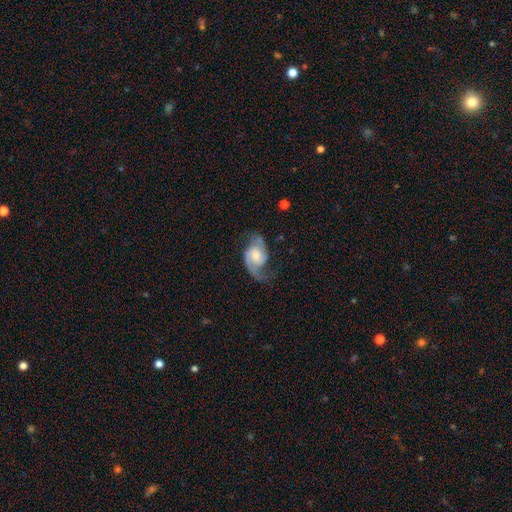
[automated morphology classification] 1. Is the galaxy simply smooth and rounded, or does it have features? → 86% featured or disk, 9% smooth, 5% star or artifact.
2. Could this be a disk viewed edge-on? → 98% no, 2% yes.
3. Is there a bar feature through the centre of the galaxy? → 60% no, 34% weak, 6% strong.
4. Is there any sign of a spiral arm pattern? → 97% yes, 3% no.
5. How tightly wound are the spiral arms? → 47% medium, 36% loose, 17% tight.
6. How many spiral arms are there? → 87% 2, 8% 1, 3% can't tell, 1% 3, 1% 4, 1% more than 4.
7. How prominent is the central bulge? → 45% moderate, 24% small, 18% large, 10% none, 2% dominant.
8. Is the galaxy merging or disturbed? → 60% none, 22% minor disturbance, 16% major disturbance, 2% merger.